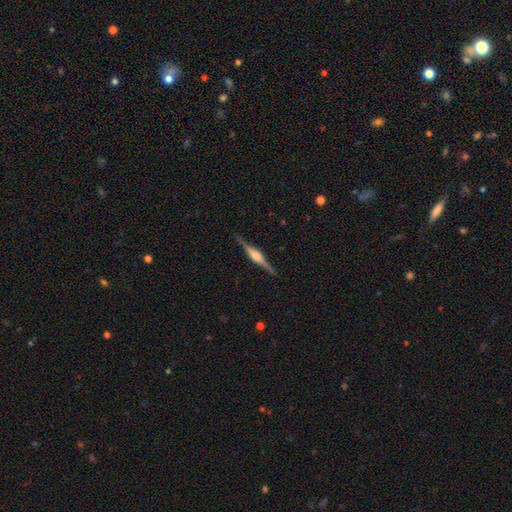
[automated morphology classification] Smooth or featured? featured or disk (84%)
Edge-on disk? yes (98%)
Edge-on bulge? rounded (69%)
Merging? none (90%)